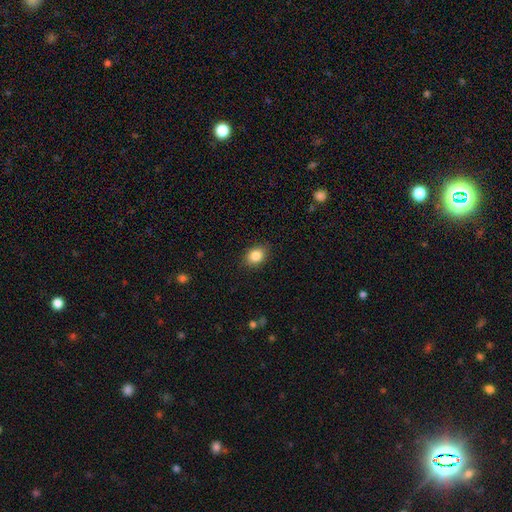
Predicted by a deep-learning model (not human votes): smooth-or-featured: smooth: 86% | star or artifact: 9% | featured or disk: 5%
  how-rounded: in between: 53% | round: 46% | cigar-shaped: 1%
  merging: none: 87% | minor disturbance: 10% | major disturbance: 2% | merger: 1%